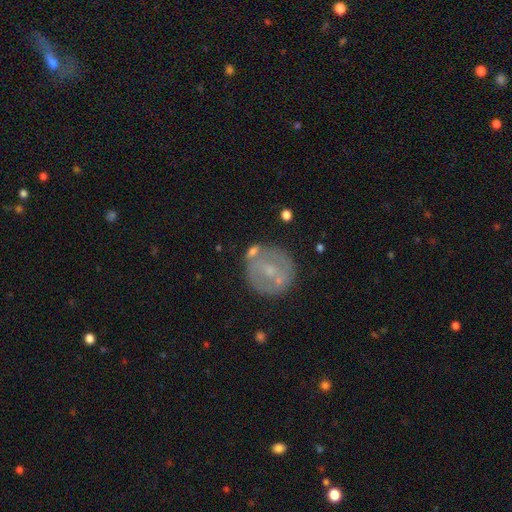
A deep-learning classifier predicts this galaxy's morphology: Smooth or featured?
  - featured or disk: 46% * (tied)
  - smooth: 46% * (tied)
  - star or artifact: 8%
Merging?
  - none: 62% *
  - minor disturbance: 18%
  - merger: 12%
  - major disturbance: 8%